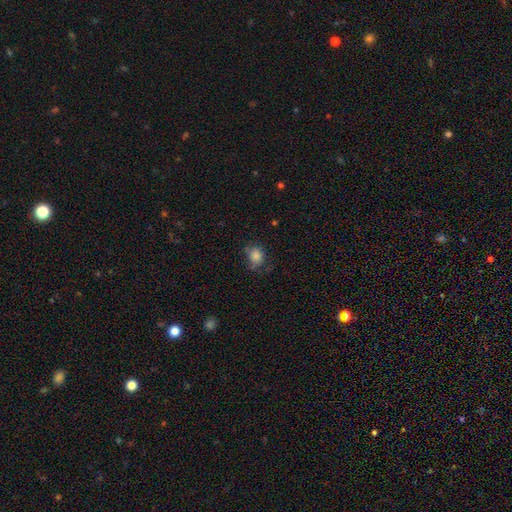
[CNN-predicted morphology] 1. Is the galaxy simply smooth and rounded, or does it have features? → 79% smooth, 10% featured or disk, 10% star or artifact.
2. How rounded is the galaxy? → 63% round, 36% in between, 1% cigar-shaped.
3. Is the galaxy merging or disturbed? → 54% none, 29% minor disturbance, 15% major disturbance, 2% merger.